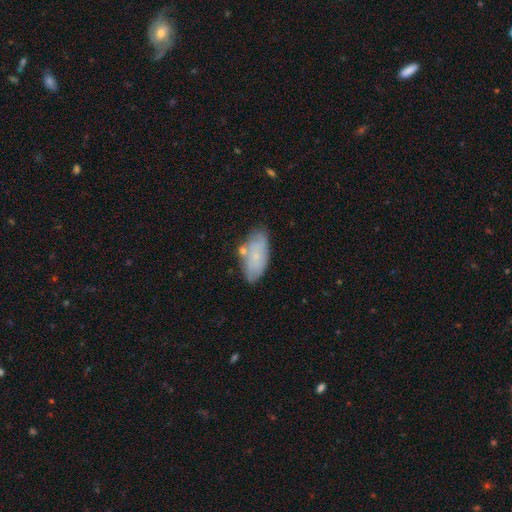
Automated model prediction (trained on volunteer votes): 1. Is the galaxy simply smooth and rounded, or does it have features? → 61% smooth, 32% featured or disk, 7% star or artifact.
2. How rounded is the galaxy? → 91% in between, 6% cigar-shaped, 3% round.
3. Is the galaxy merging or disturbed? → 66% none, 20% minor disturbance, 9% merger, 5% major disturbance.